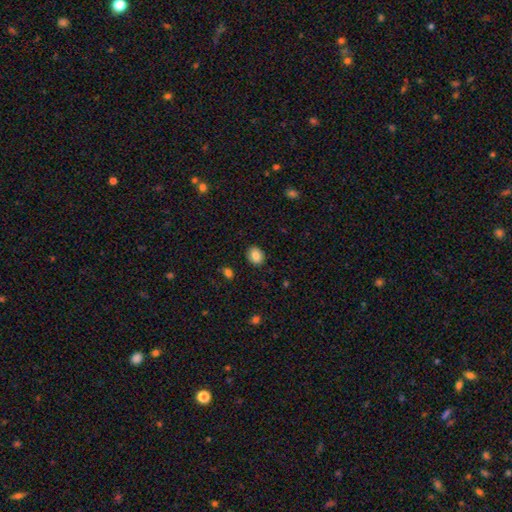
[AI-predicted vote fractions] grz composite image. It shows a smooth galaxy with no disk features (85%) that is in between round and cigar-shaped (50%). Merging: none (89%).